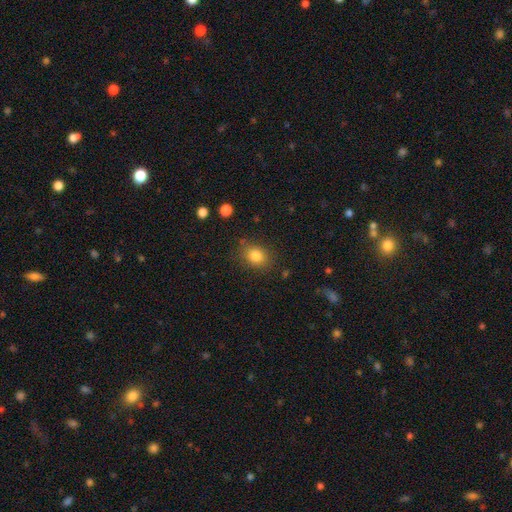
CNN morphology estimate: A smooth galaxy with no disk features (83%) that is in between round and cigar-shaped (53%).

Vote fractions:
- Smooth or featured? smooth: 83% / star or artifact: 10% / featured or disk: 7%
- How rounded? in between: 53% / round: 46% / cigar-shaped: 1%
- Merging? none: 80% / minor disturbance: 13% / major disturbance: 4% / merger: 2%